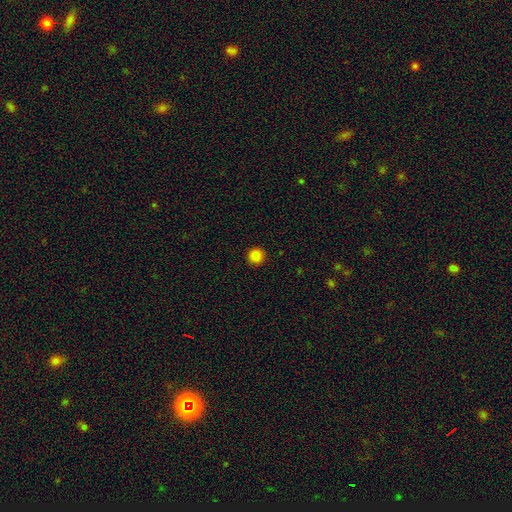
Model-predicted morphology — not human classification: The model was most divided on "smooth or featured": smooth: 86%, star or artifact: 12%, featured or disk: 3%. More confident: how rounded — round (95%); merging — none (92%).